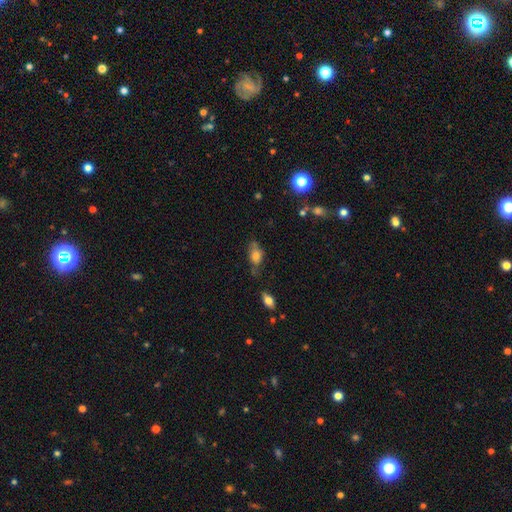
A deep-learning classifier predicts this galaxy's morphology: Smooth or featured? Predicted: smooth (p=0.69). How rounded? Predicted: in between (p=0.80). Merging? Predicted: none (p=0.48).